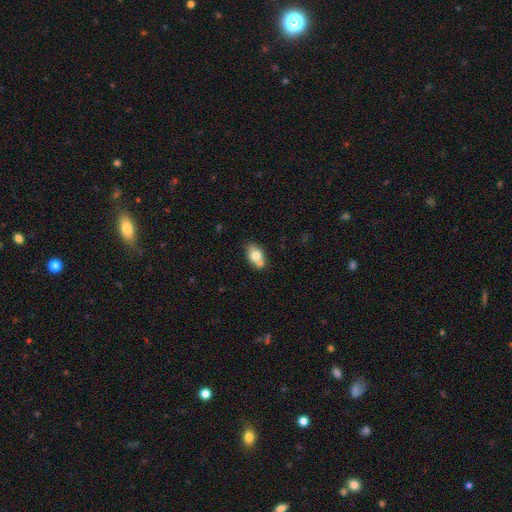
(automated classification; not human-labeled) smooth_or_featured: smooth (p=0.72) [alt: featured or disk p=0.20]
how_rounded: in between (p=0.82) [alt: round p=0.15]
merging: none (p=0.53) [alt: merger p=0.28]